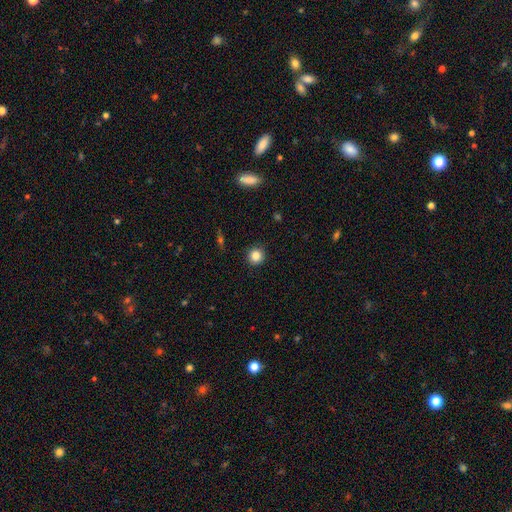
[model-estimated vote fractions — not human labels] smooth-or-featured: smooth: 85% | star or artifact: 10% | featured or disk: 5%
  how-rounded: round: 93% | in between: 6% | cigar-shaped: 1%
  merging: none: 91% | minor disturbance: 6% | major disturbance: 2% | merger: 1%